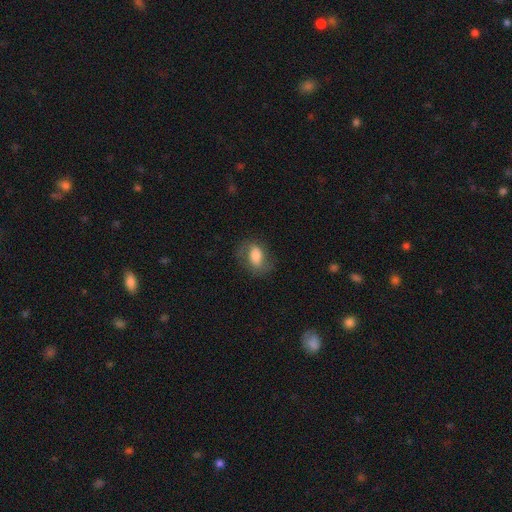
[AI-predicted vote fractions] Q: Smooth or featured?
A: smooth (58%); runner-up: featured or disk (34%)
Q: How rounded?
A: in between (79%); runner-up: round (18%)
Q: Merging?
A: none (68%); runner-up: minor disturbance (20%)